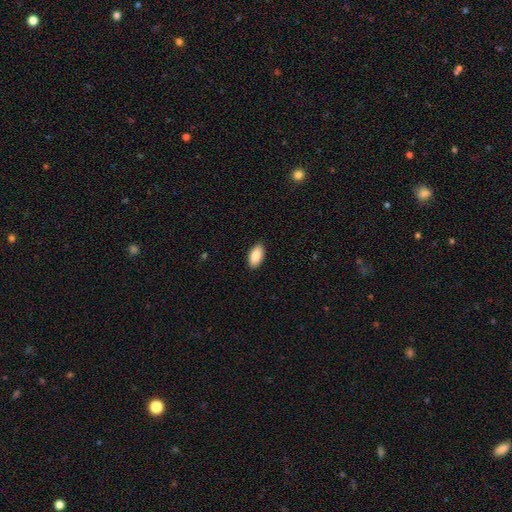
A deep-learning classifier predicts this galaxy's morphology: Overall: smooth (88%). How rounded: in between (94%). Merging: none (88%).